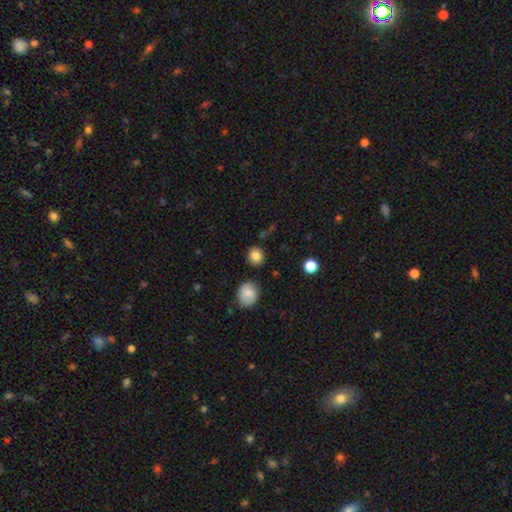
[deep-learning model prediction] Smooth or featured?
  - smooth: 84% *
  - star or artifact: 10%
  - featured or disk: 5%
How rounded?
  - round: 80% *
  - in between: 19%
  - cigar-shaped: 1%
Merging?
  - none: 86% *
  - minor disturbance: 9%
  - merger: 3%
  - major disturbance: 2%